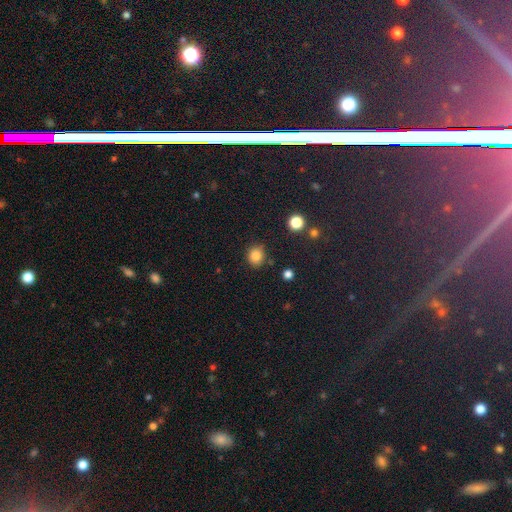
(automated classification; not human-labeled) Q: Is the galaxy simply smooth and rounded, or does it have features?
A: smooth — 84%.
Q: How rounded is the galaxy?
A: round — 80%.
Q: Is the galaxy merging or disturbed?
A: none — 82%.